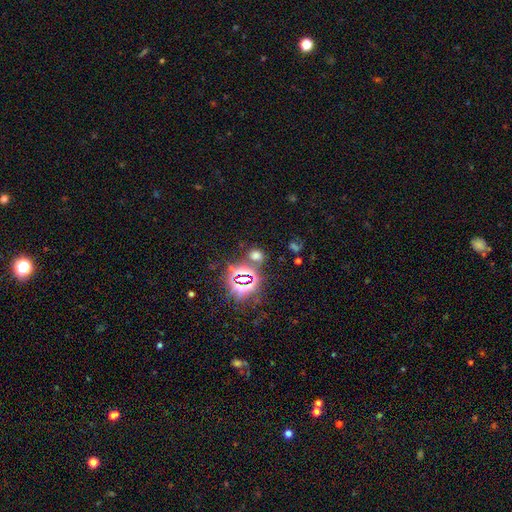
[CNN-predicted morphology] smooth_or_featured: smooth (p=0.47) [alt: star or artifact p=0.46]
merging: none (p=0.72) [alt: merger p=0.12]